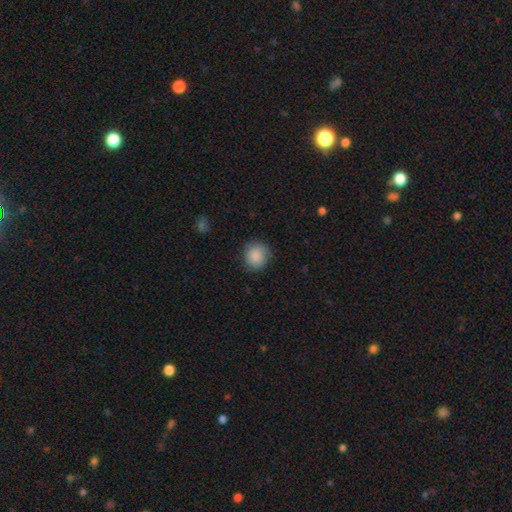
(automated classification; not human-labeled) Morphology: type=smooth (87%); roundness=round (88%); merging=none (83%).